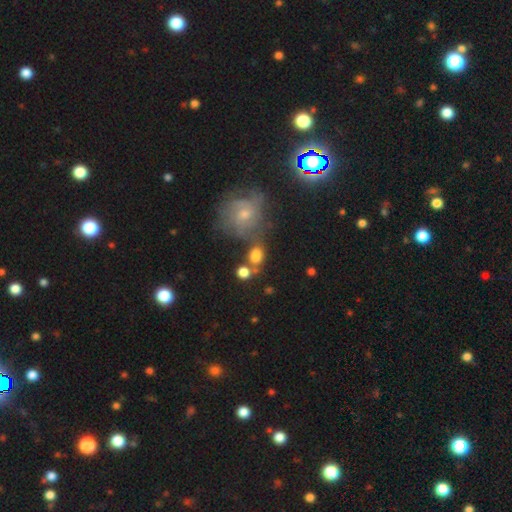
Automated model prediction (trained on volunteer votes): Smooth or featured: smooth — 69% (featured or disk — 18%)
How rounded: round — 53% (in between — 45%)
Merging: none — 44% (merger — 30%)